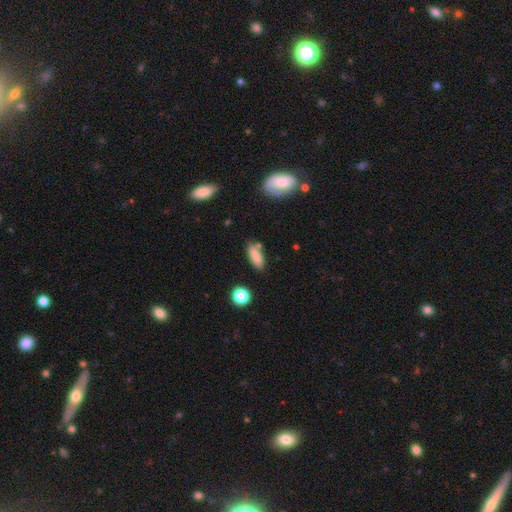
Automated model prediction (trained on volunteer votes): Smooth or featured? smooth (84%)
How rounded? in between (61%)
Merging? none (74%)